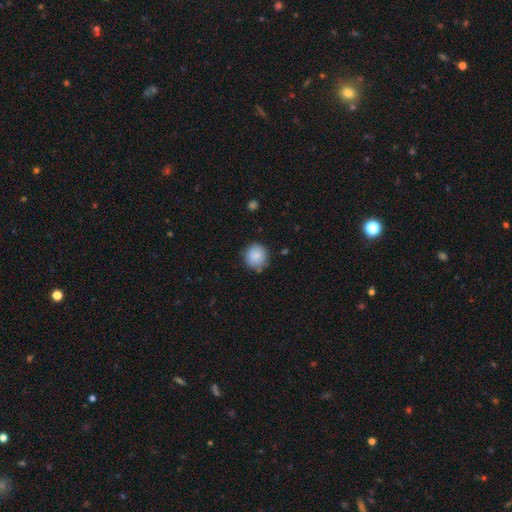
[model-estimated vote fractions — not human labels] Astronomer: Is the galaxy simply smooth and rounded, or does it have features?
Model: smooth — 87%.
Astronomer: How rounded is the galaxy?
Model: round — 91%.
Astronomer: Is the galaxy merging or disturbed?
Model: none — 82%.